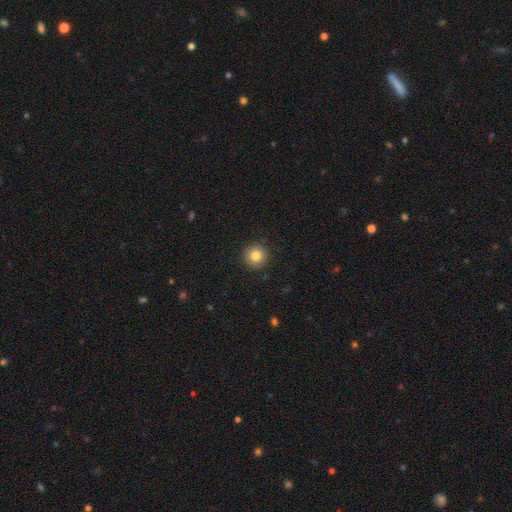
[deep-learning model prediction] Smooth or featured? Predicted: smooth (p=0.83). How rounded? Predicted: round (p=0.95). Merging? Predicted: none (p=0.91).